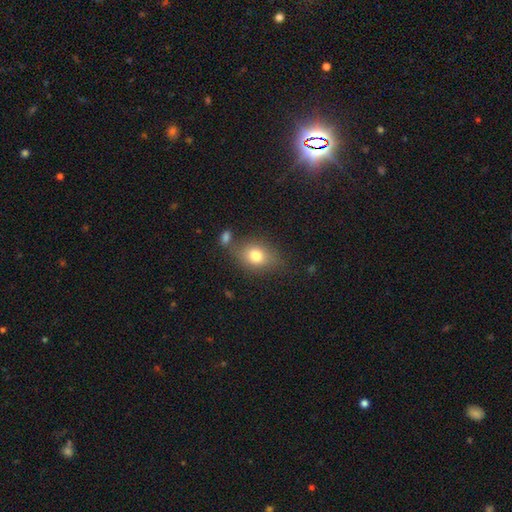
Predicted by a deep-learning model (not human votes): smooth 76%, featured or disk 13%, star or artifact 10%. Down the decision tree: how rounded — in between (65%); merging — none (65%).